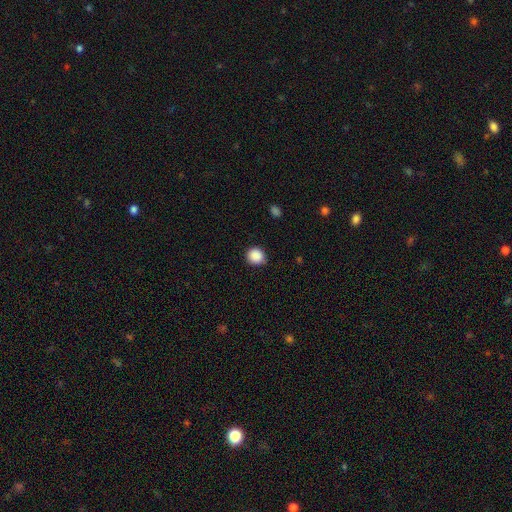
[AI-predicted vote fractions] smooth 88%, star or artifact 9%, featured or disk 3%. Down the decision tree: how rounded — round (87%); merging — none (85%).